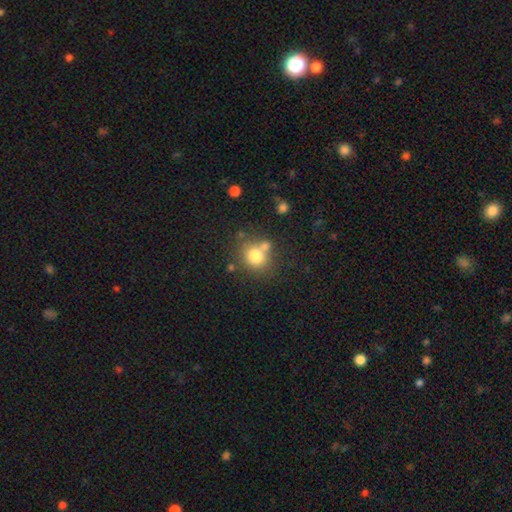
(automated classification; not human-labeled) smooth 76%, star or artifact 12%, featured or disk 12%. Down the decision tree: how rounded — round (74%); merging — none (58%).